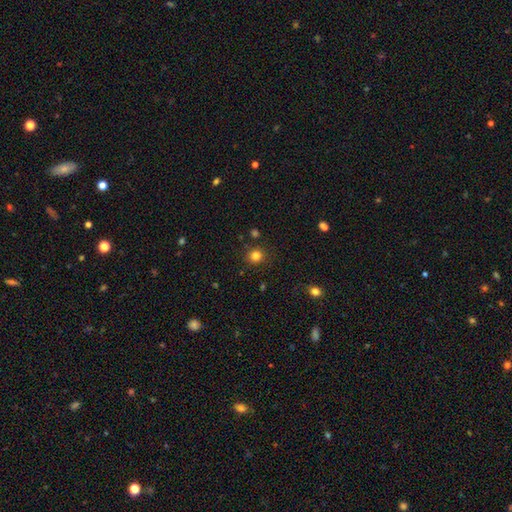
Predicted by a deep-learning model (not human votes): This appears to be a smooth galaxy with no disk features (81%) that is round (87%). Merging: none (87%).